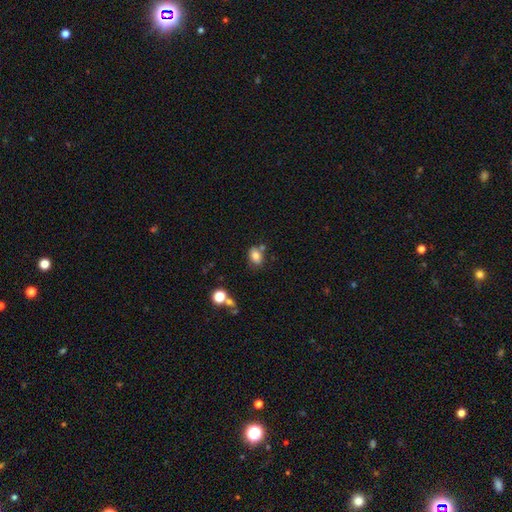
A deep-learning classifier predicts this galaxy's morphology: This is clearly a smooth galaxy (80%). How rounded: likely in between (78%). Merging: likely none (65%).